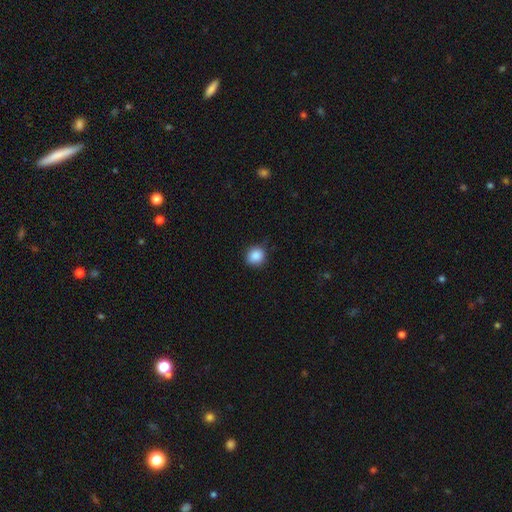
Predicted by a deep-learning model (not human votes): Smooth or featured: smooth — 87% (star or artifact — 10%)
How rounded: round — 86% (in between — 13%)
Merging: none — 79% (minor disturbance — 17%)